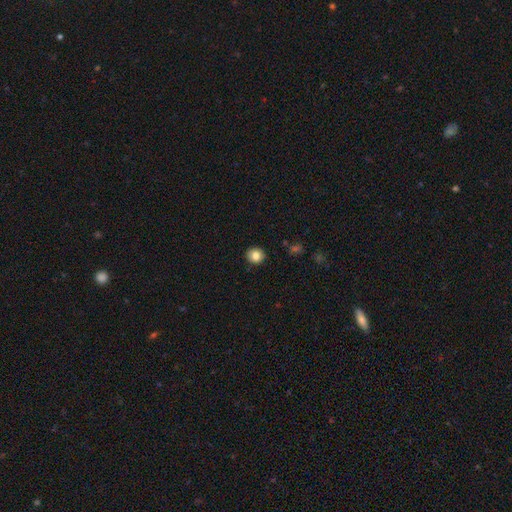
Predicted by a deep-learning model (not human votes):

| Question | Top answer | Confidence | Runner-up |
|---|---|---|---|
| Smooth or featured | smooth | 82% | star or artifact (9%) |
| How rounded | round | 87% | in between (13%) |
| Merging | none | 91% | minor disturbance (6%) |